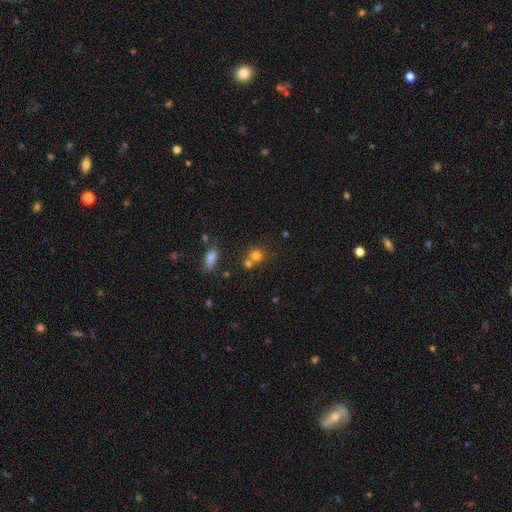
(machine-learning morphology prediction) Smooth or featured: smooth — 74% (star or artifact — 15%)
How rounded: round — 81% (in between — 17%)
Merging: none — 49% (merger — 39%)